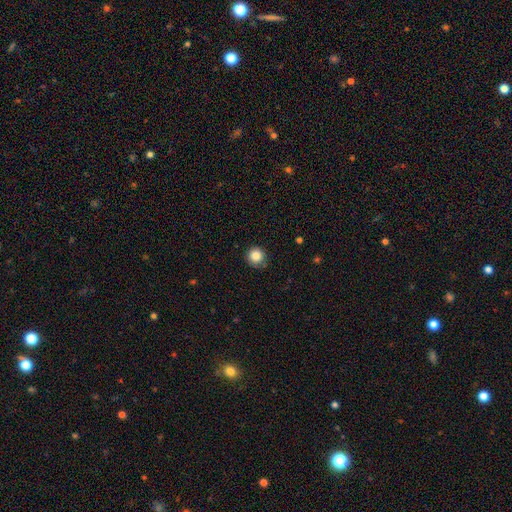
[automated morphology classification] Smooth or featured? Predicted: smooth (p=0.84). How rounded? Predicted: round (p=0.95). Merging? Predicted: none (p=0.86).